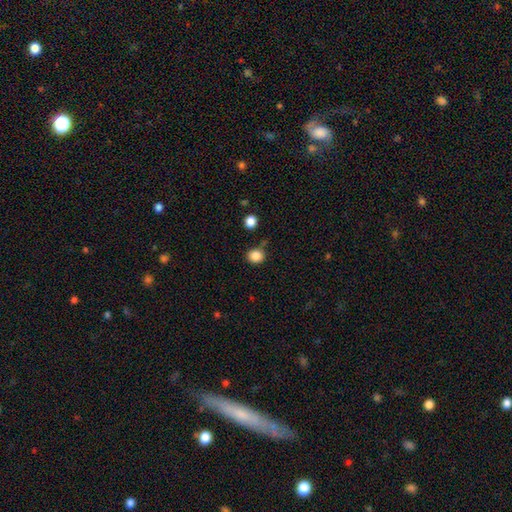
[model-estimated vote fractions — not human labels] This appears to be a smooth galaxy with no disk features (86%) that is round (80%). Merging: none (78%).